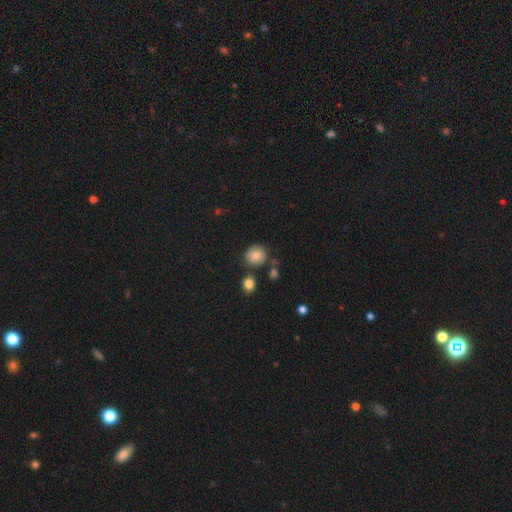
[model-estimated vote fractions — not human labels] A smooth galaxy with no disk features (79%) that is round (81%).

Vote fractions:
- Smooth or featured? smooth: 79% / featured or disk: 11% / star or artifact: 9%
- How rounded? round: 81% / in between: 18% / cigar-shaped: 1%
- Merging? none: 75% / minor disturbance: 15% / merger: 6% / major disturbance: 4%